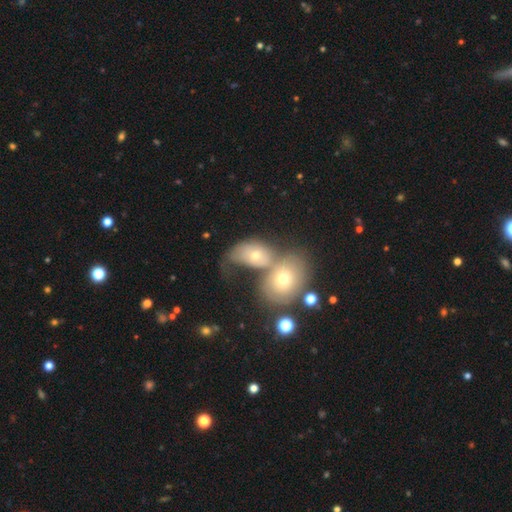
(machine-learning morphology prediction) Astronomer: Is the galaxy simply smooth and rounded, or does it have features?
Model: smooth — 52% (runner-up: featured or disk, 38%).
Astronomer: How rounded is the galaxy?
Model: in between — 70%.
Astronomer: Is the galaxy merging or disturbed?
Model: merger — 60%.